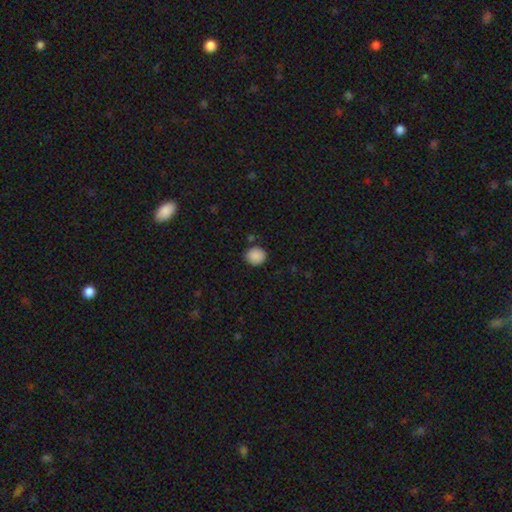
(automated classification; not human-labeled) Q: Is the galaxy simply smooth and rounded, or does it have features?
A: smooth — 89%.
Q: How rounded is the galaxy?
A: round — 86%.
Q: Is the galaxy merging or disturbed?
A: none — 85%.